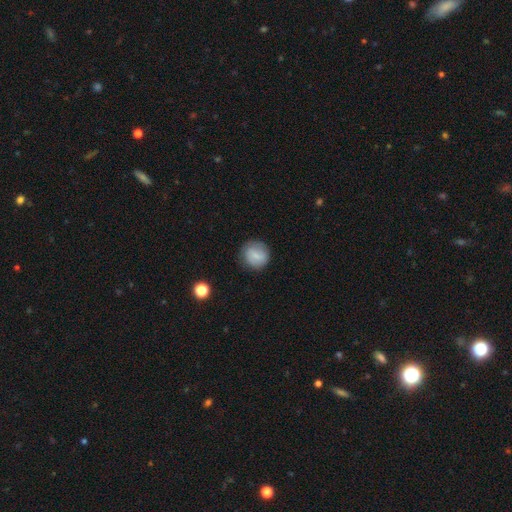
Smooth or featured?
  - smooth: 74% *
  - featured or disk: 18%
  - star or artifact: 8%
How rounded?
  - round: 100% *
  - in between: 0%
  - cigar-shaped: 0%
Merging?
  - none: 81% *
  - minor disturbance: 11%
  - major disturbance: 8%
  - merger: 0%